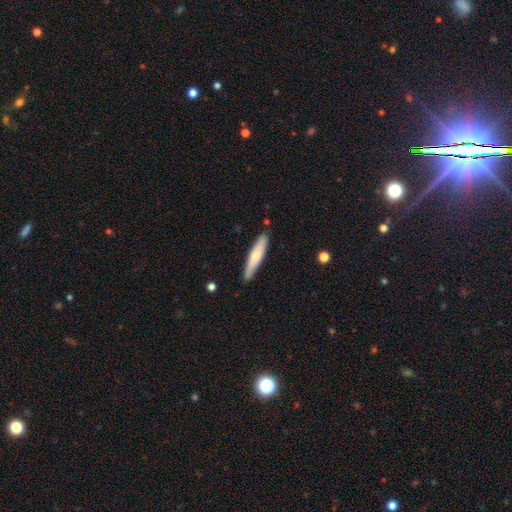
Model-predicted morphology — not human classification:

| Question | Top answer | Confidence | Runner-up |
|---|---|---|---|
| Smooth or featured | smooth | 62% | featured or disk (33%) |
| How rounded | cigar-shaped | 85% | in between (13%) |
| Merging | none | 85% | minor disturbance (11%) |